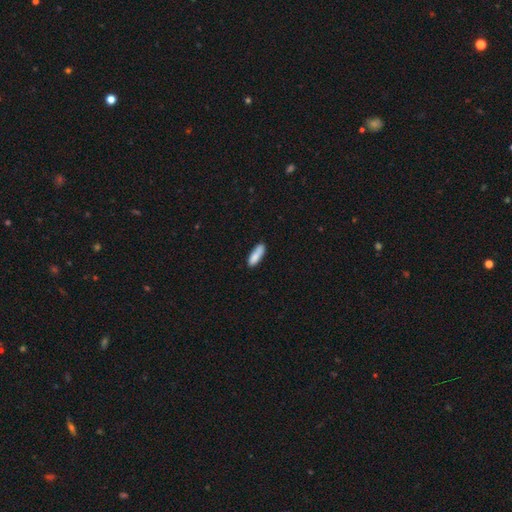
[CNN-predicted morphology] Smooth or featured: smooth — 86% (featured or disk — 8%)
How rounded: in between — 53% (cigar-shaped — 46%)
Merging: none — 76% (minor disturbance — 18%)